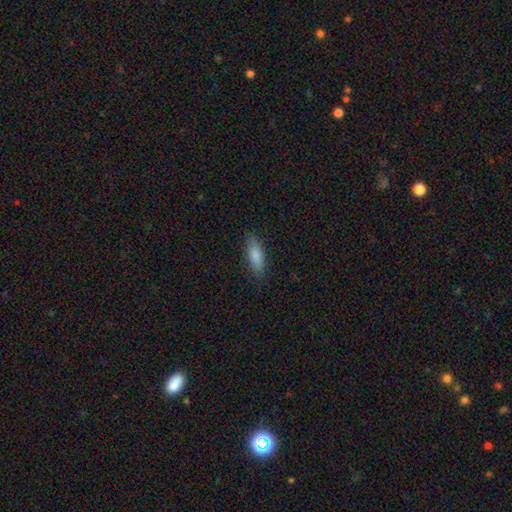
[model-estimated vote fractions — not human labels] Smooth or featured: smooth — 83% (featured or disk — 10%)
How rounded: in between — 60% (cigar-shaped — 38%)
Merging: none — 85% (minor disturbance — 11%)